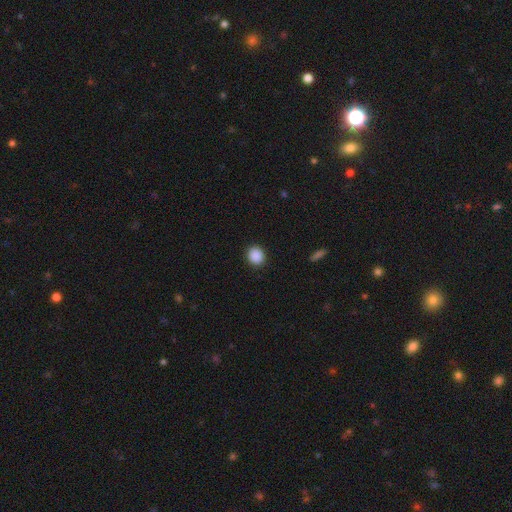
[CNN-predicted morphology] smooth 89%, star or artifact 8%, featured or disk 2%. Down the decision tree: how rounded — round (81%); merging — none (91%).